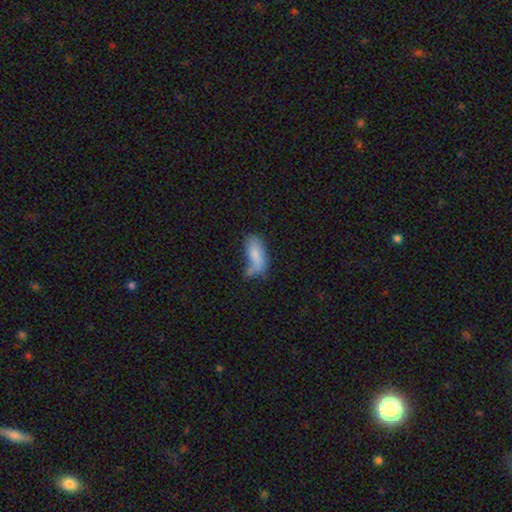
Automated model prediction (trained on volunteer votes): Smooth or featured?
  - smooth: 78% *
  - featured or disk: 14%
  - star or artifact: 8%
How rounded?
  - in between: 82% *
  - cigar-shaped: 15%
  - round: 3%
Merging?
  - none: 37% *
  - minor disturbance: 27%
  - merger: 21%
  - major disturbance: 16%